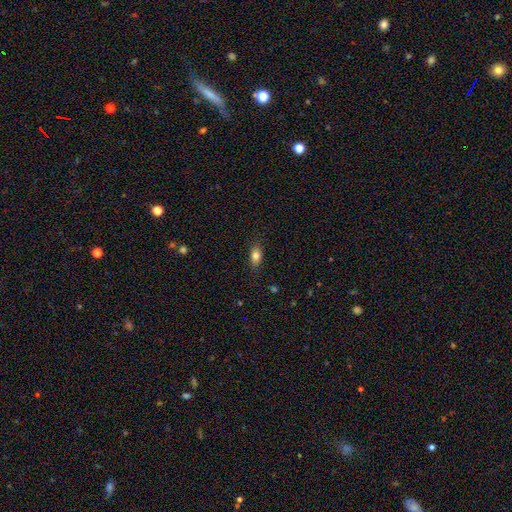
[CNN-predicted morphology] smooth-or-featured: smooth: 81% | featured or disk: 10% | star or artifact: 9%
  how-rounded: in between: 84% | cigar-shaped: 9% | round: 8%
  merging: none: 84% | minor disturbance: 12% | major disturbance: 3% | merger: 1%